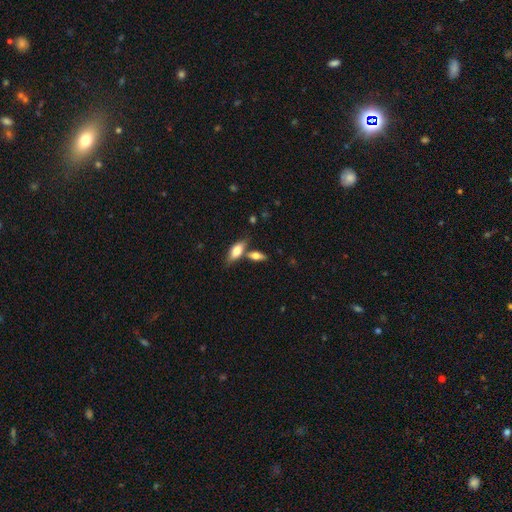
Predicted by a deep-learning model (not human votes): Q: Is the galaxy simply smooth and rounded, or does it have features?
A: smooth — 70%.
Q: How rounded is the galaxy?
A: in between — 73%.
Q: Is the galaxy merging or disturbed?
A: none — 55%.